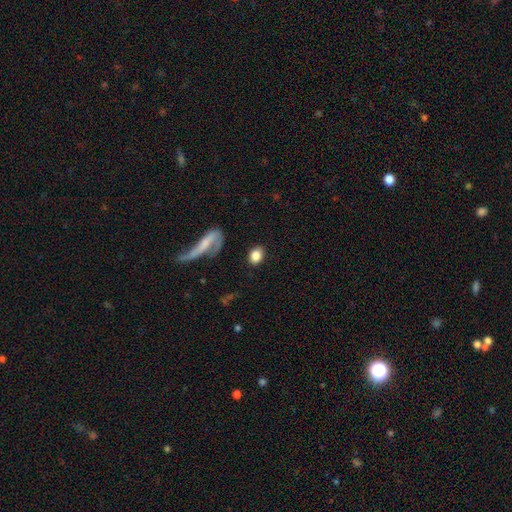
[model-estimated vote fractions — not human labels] This appears to be a smooth galaxy with no disk features (82%) that is in between round and cigar-shaped (65%). Merging: none (81%).